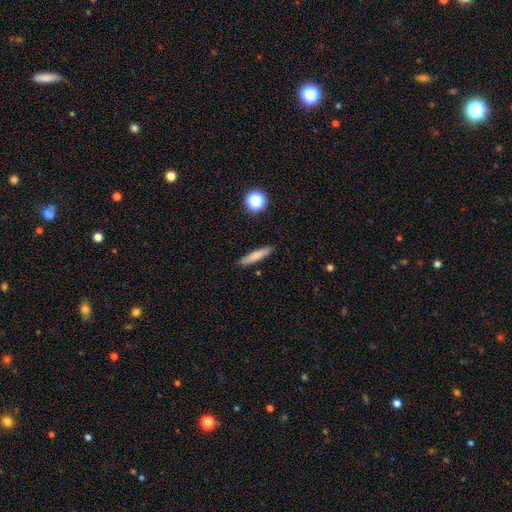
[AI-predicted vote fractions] Smooth or featured? smooth (77%)
How rounded? cigar-shaped (85%)
Merging? none (87%)